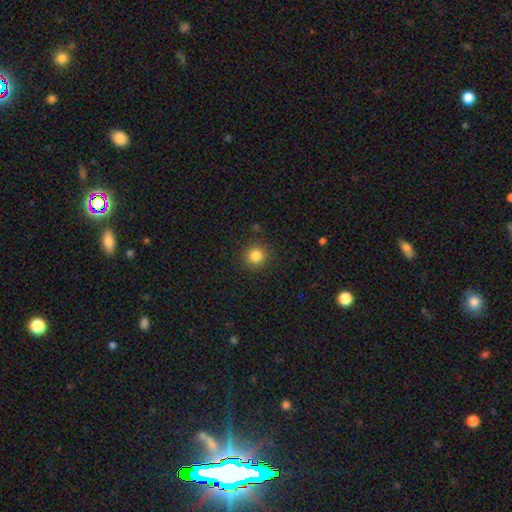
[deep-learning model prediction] The model was most divided on "smooth or featured": smooth: 83%, star or artifact: 12%, featured or disk: 5%. More confident: how rounded — round (94%); merging — none (90%).